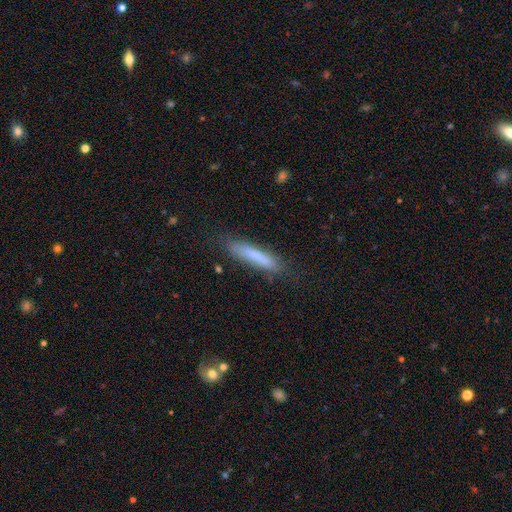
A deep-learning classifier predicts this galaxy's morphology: This is likely a smooth galaxy (72%). How rounded: clearly cigar-shaped (89%). Merging: likely none (80%).